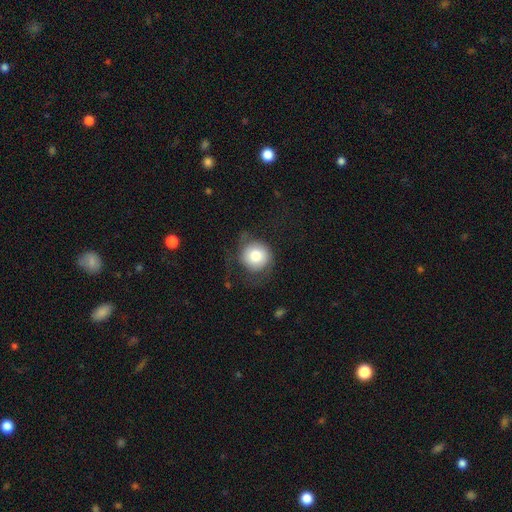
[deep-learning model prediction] A smooth galaxy with no disk features (70%) that is round (91%). Merging: none (59%).